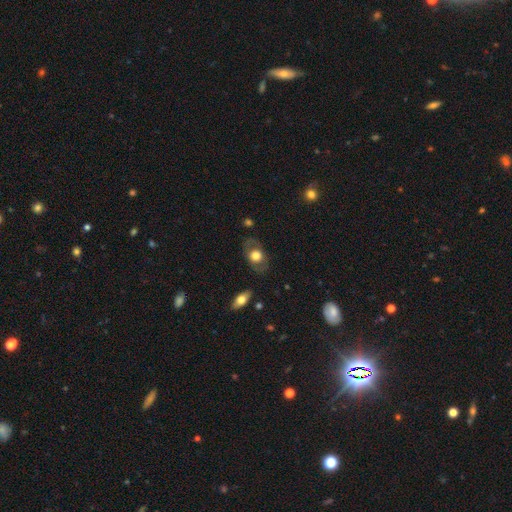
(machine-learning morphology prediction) The model was most divided on "smooth or featured": smooth: 56%, featured or disk: 37%, star or artifact: 7%. More confident: merging — none (76%); how rounded — in between (68%).